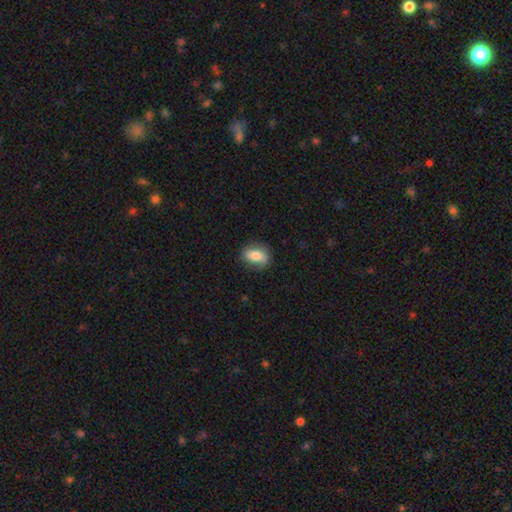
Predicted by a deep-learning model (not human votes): smooth 73%, featured or disk 20%, star or artifact 8%. Down the decision tree: how rounded — in between (78%); merging — none (77%).